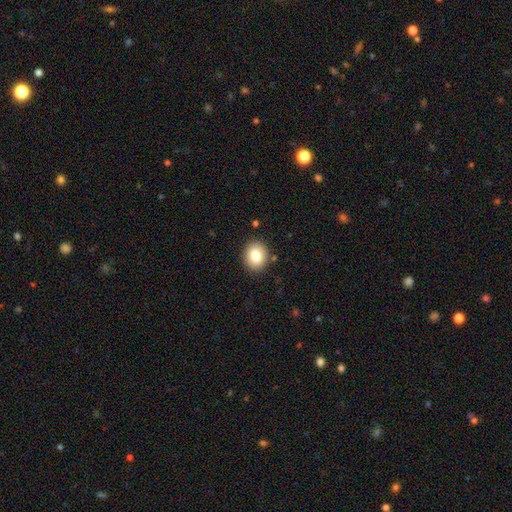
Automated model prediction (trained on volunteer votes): smooth 82%, featured or disk 10%, star or artifact 9%. Down the decision tree: how rounded — round (62%); merging — none (88%).